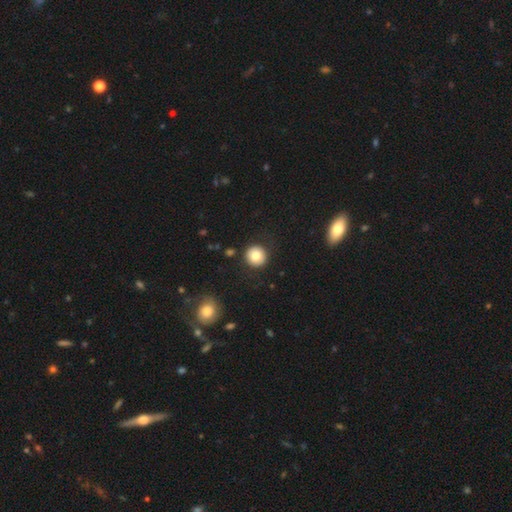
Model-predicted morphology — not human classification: type=smooth (80%); roundness=round (93%); merging=none (89%).